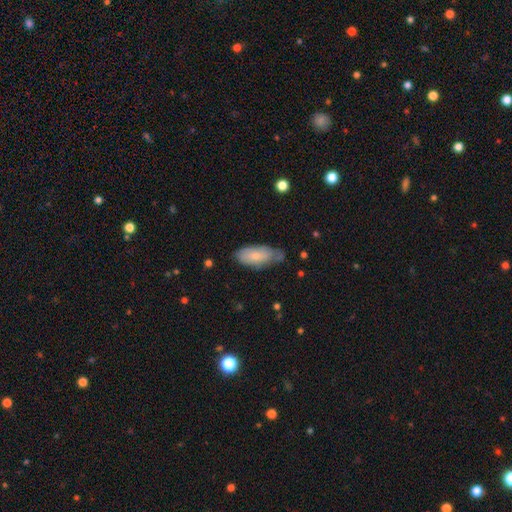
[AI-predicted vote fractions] smooth_or_featured: smooth (p=0.72) [alt: featured or disk p=0.22]
how_rounded: in between (p=0.85) [alt: cigar-shaped p=0.13]
merging: none (p=0.52) [alt: minor disturbance p=0.37]